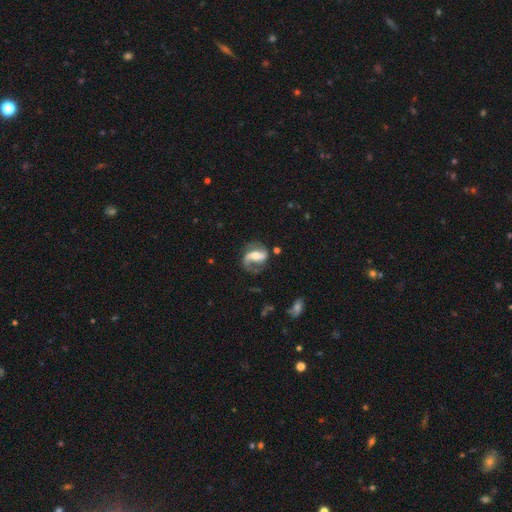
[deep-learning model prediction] Smooth or featured?
  - featured or disk: 84% *
  - smooth: 11%
  - star or artifact: 6%
Edge-on disk?
  - no: 97% *
  - yes: 3%
Bar?
  - strong: 37% * (tied)
  - weak: 37% * (tied)
  - no: 26%
Spiral arms?
  - yes: 94% *
  - no: 6%
Spiral winding?
  - loose: 47% *
  - medium: 41%
  - tight: 12%
Spiral arm count?
  - 2: 80% *
  - 1: 15%
  - can't tell: 3%
  - 3: 1%
  - 4: 1%
  - more than 4: 1%
Bulge size?
  - moderate: 58% *
  - small: 28%
  - large: 9%
  - none: 3%
  - dominant: 2%
Merging?
  - none: 65% *
  - minor disturbance: 18%
  - major disturbance: 14%
  - merger: 3%